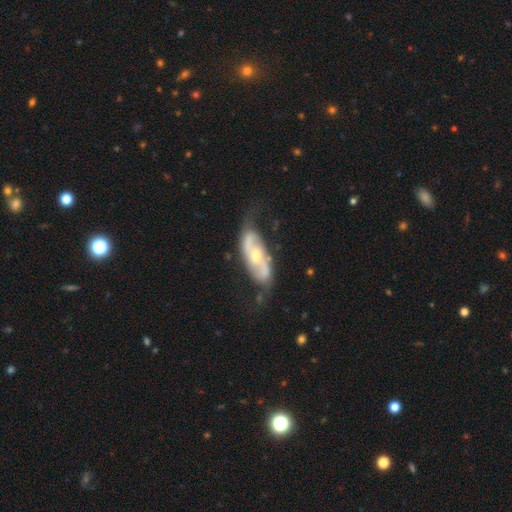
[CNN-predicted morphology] Smooth or featured: featured or disk — 79% (smooth — 16%)
Edge-on disk: no — 89% (yes — 11%)
Bar: no — 50% (weak — 30%)
Spiral arms: yes — 84% (no — 16%)
Spiral winding: loose — 41% (medium — 38%)
Spiral arm count: 2 — 83% (can't tell — 11%)
Bulge size: moderate — 55% (small — 40%)
Merging: none — 62% (minor disturbance — 23%)